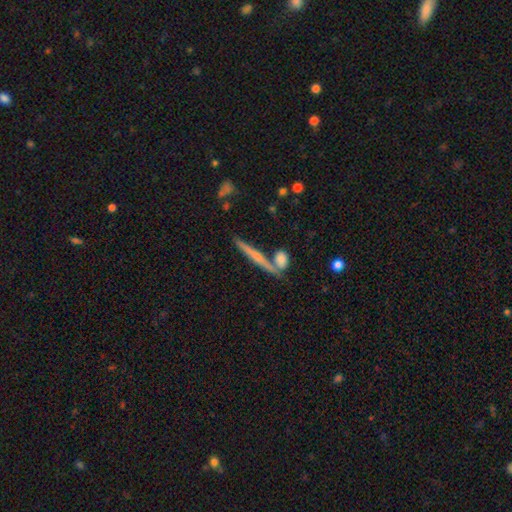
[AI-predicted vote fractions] Smooth or featured: featured or disk — 55% (smooth — 37%)
Edge-on disk: yes — 95% (no — 5%)
Edge-on bulge: rounded — 60% (none — 33%)
Merging: none — 72% (merger — 16%)